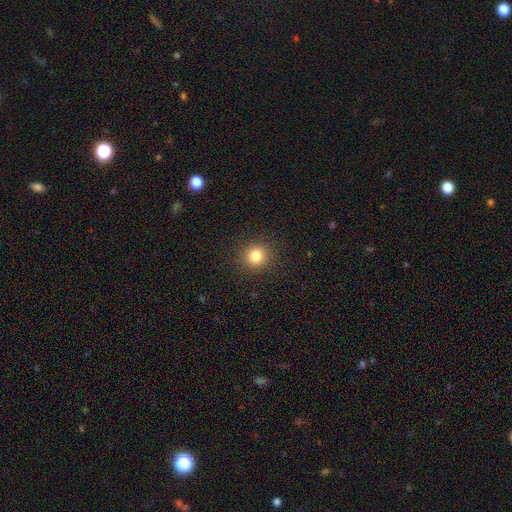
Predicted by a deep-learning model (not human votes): Morphology: type=smooth (82%); roundness=round (92%); merging=none (91%).